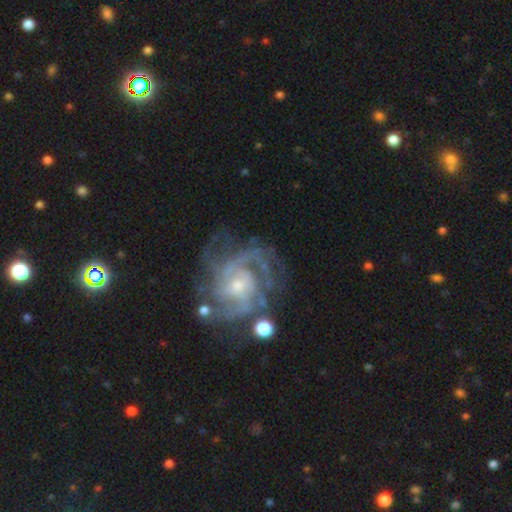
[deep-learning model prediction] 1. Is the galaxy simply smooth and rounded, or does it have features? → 89% featured or disk, 7% star or artifact, 4% smooth.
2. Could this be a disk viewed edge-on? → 98% no, 2% yes.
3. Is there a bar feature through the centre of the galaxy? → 60% no, 32% weak, 8% strong.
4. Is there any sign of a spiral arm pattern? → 98% yes, 2% no.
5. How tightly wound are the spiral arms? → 60% tight, 34% medium, 5% loose.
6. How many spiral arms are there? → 27% 3, 20% 4, 19% can't tell, 18% 2, 9% more than 4, 7% 1.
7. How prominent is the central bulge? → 64% small, 31% moderate, 3% none, 2% large, 1% dominant.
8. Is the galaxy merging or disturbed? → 72% none, 16% minor disturbance, 9% major disturbance, 3% merger.